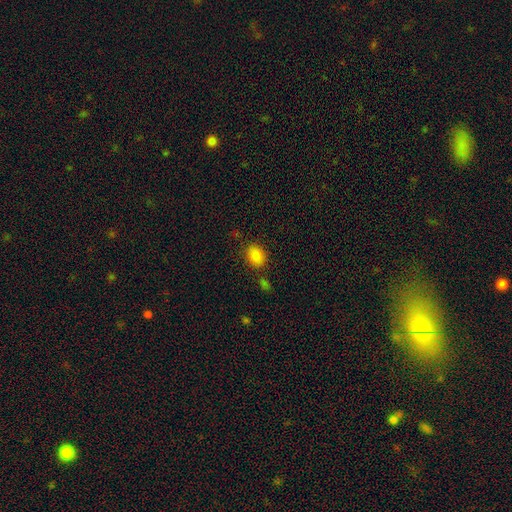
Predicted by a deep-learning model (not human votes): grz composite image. It shows a smooth galaxy with no disk features (83%) that is in between round and cigar-shaped (54%). Merging: none (80%).